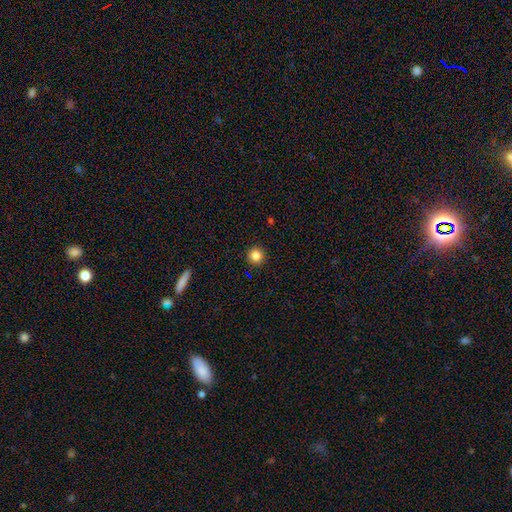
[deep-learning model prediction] A smooth galaxy with no disk features (85%) that is round (96%).

Vote fractions:
- Smooth or featured? smooth: 85% / star or artifact: 11% / featured or disk: 5%
- How rounded? round: 96% / in between: 3% / cigar-shaped: 1%
- Merging? none: 93% / minor disturbance: 5% / major disturbance: 2% / merger: 1%